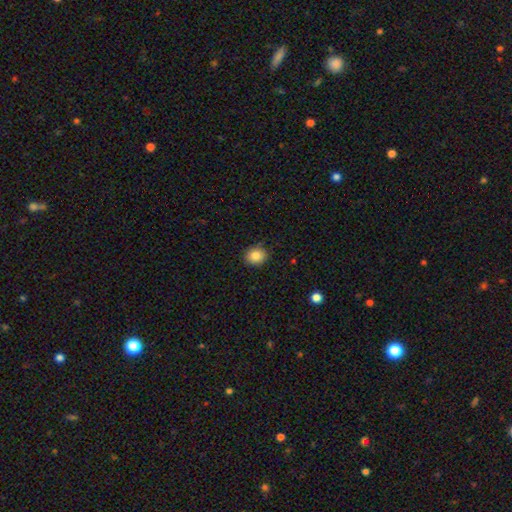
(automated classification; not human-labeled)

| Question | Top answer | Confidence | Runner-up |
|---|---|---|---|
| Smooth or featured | smooth | 85% | star or artifact (9%) |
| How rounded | round | 66% | in between (33%) |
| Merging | none | 88% | minor disturbance (9%) |